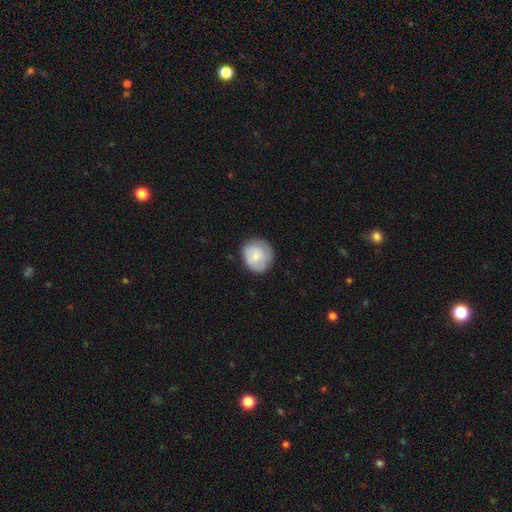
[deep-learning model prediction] smooth-or-featured: smooth: 70% | featured or disk: 23% | star or artifact: 6%
  how-rounded: round: 82% | in between: 17% | cigar-shaped: 1%
  merging: none: 75% | minor disturbance: 19% | major disturbance: 5% | merger: 1%